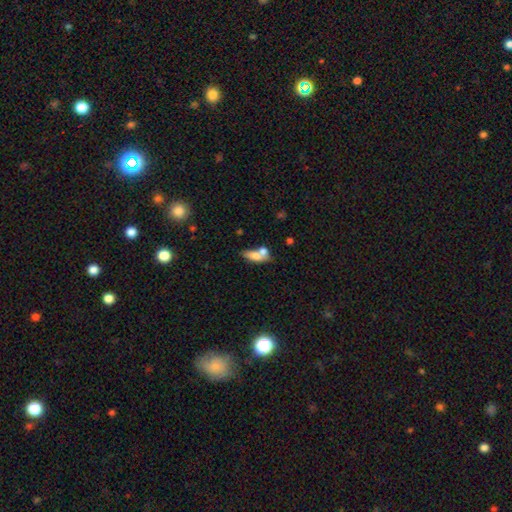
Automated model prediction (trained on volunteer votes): This is likely a smooth galaxy (69%). How rounded: likely in between (71%). Merging: possibly merger (48%).